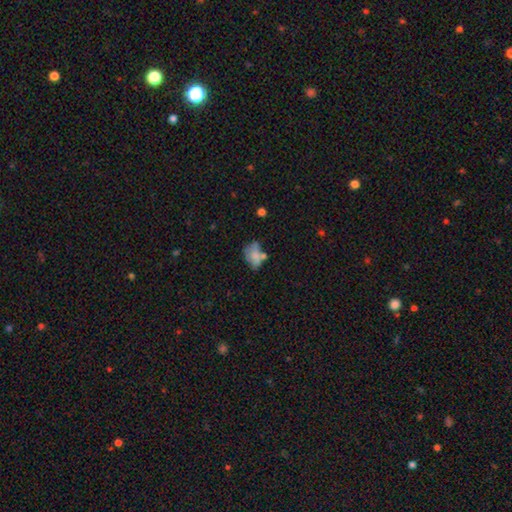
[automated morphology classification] type=smooth (67%); roundness=in between (80%); merging=none (35%).